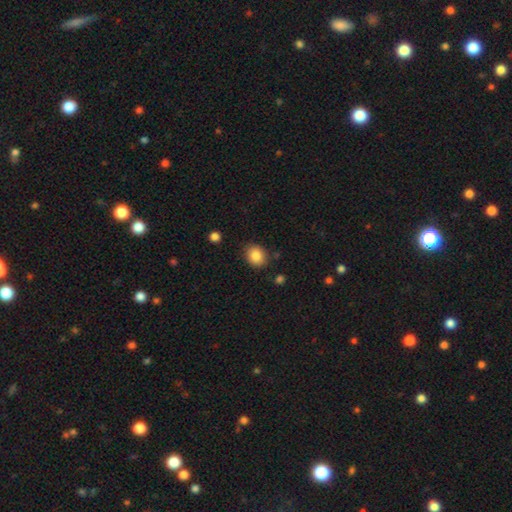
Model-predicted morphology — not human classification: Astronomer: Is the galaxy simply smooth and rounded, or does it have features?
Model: smooth — 87%.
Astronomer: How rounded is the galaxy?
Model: round — 55% (runner-up: in between, 44%).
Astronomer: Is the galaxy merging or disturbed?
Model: none — 83%.